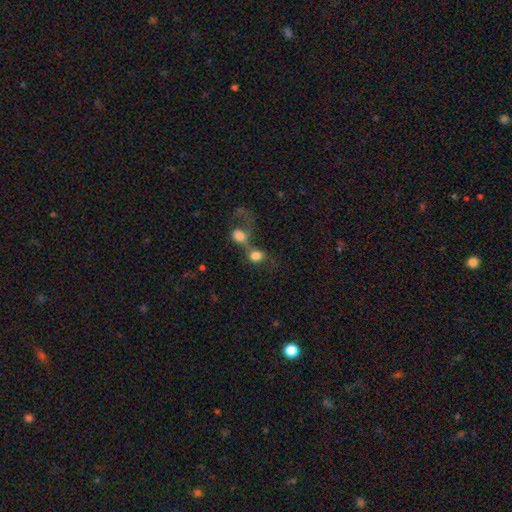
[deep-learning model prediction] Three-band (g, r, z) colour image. It shows a smooth galaxy with no disk features (76%) that is round (61%). Merging: merger (66%).